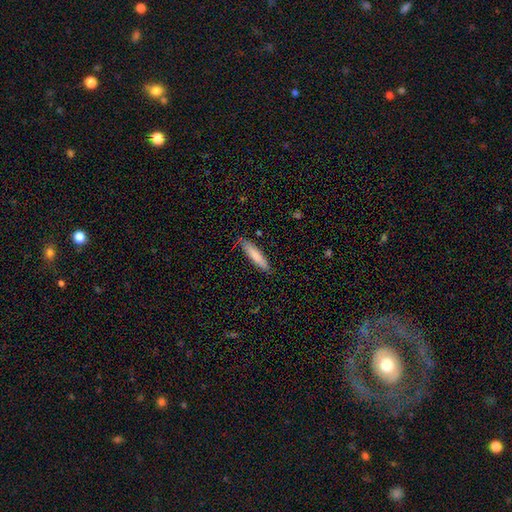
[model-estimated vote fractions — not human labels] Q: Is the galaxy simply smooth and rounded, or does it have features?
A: smooth — 80%.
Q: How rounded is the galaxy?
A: cigar-shaped — 82%.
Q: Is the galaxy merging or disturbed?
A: none — 85%.